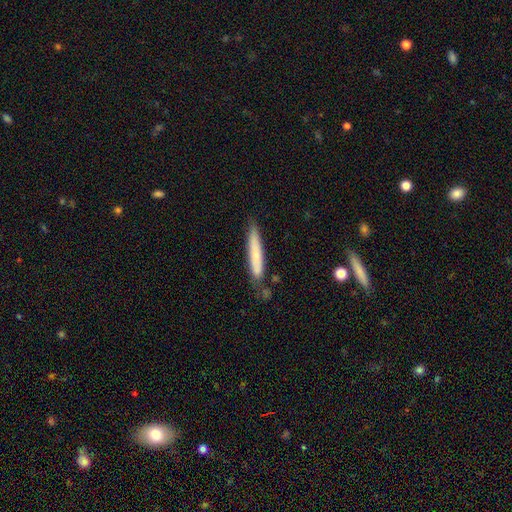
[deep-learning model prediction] A smooth galaxy with no disk features (71%) that is cigar-shaped (93%). Merging: none (75%).